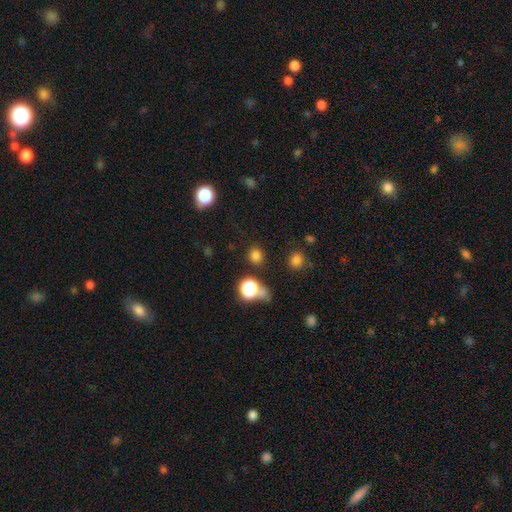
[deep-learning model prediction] A smooth galaxy with no disk features (75%) that is round (87%).

Vote fractions:
- Smooth or featured? smooth: 75% / star or artifact: 20% / featured or disk: 4%
- How rounded? round: 87% / in between: 12% / cigar-shaped: 1%
- Merging? none: 83% / minor disturbance: 8% / merger: 5% / major disturbance: 4%